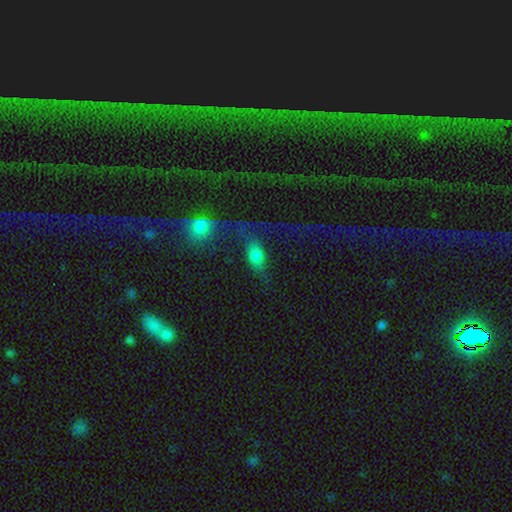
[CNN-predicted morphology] smooth-or-featured: smooth: 61% | featured or disk: 22% | star or artifact: 17%
  how-rounded: in between: 69% | round: 20% | cigar-shaped: 10%
  merging: merger: 32% | none: 30% | major disturbance: 23% | minor disturbance: 15%